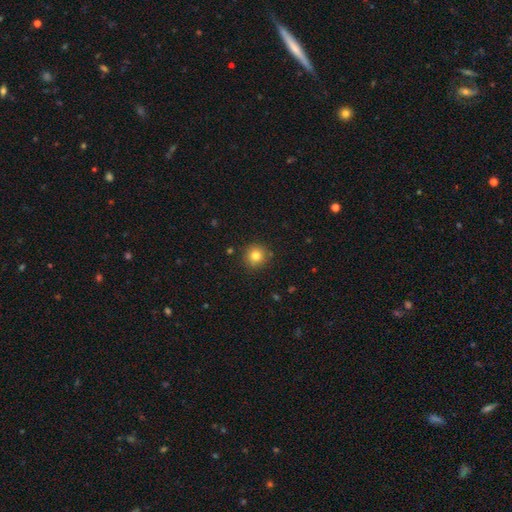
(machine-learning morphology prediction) A smooth galaxy with no disk features (80%) that is round (92%).

Vote fractions:
- Smooth or featured? smooth: 80% / star or artifact: 12% / featured or disk: 8%
- How rounded? round: 92% / in between: 7% / cigar-shaped: 1%
- Merging? none: 89% / minor disturbance: 8% / major disturbance: 2% / merger: 2%